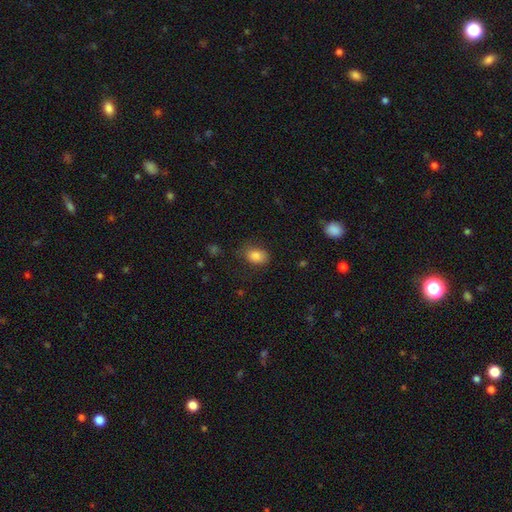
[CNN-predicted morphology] Smooth or featured? Predicted: smooth (p=0.85). How rounded? Predicted: in between (p=0.83). Merging? Predicted: none (p=0.72).